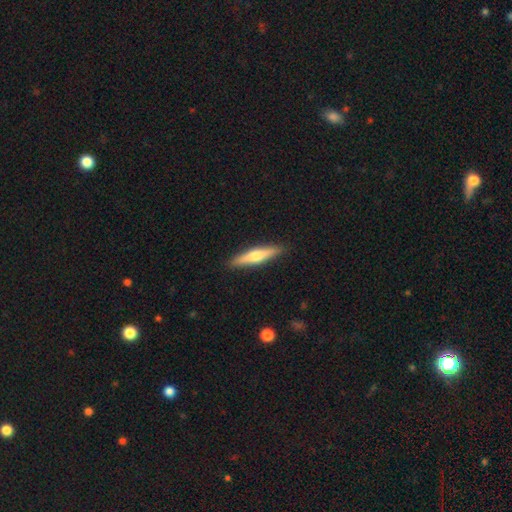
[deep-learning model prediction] A smooth galaxy with no disk features (48%).

Vote fractions:
- Smooth or featured? smooth: 48% / featured or disk: 47% / star or artifact: 5%
- Merging? none: 90% / minor disturbance: 7% / major disturbance: 1% / merger: 1%